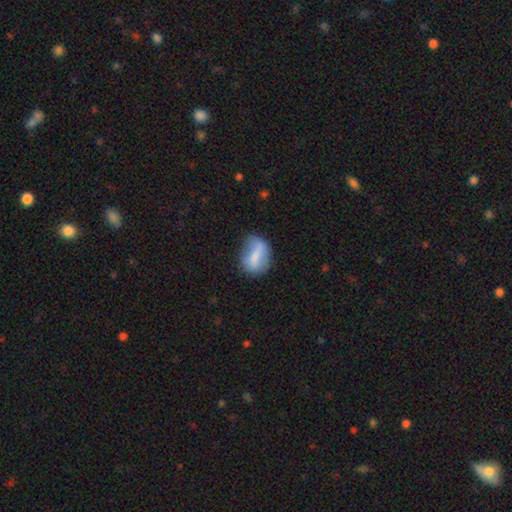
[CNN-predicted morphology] This is likely a smooth galaxy (68%). How rounded: likely in between (69%). Merging: possibly none (55%).